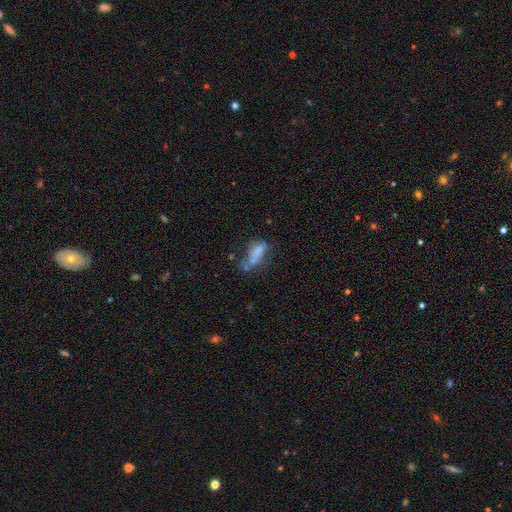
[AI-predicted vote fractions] Smooth or featured? Predicted: smooth (p=0.49). Merging? Predicted: none (p=0.32).